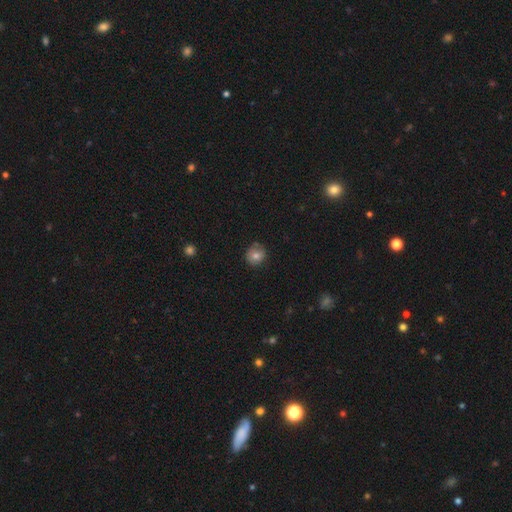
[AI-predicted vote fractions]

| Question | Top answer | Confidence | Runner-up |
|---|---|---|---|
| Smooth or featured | smooth | 77% | featured or disk (13%) |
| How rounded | round | 85% | in between (14%) |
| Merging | none | 76% | minor disturbance (19%) |